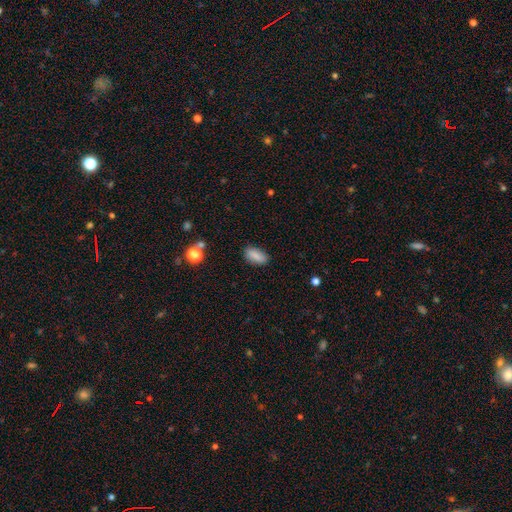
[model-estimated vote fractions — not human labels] Q: Smooth or featured?
A: smooth (86%); runner-up: star or artifact (8%)
Q: How rounded?
A: in between (89%); runner-up: cigar-shaped (8%)
Q: Merging?
A: none (83%); runner-up: minor disturbance (12%)